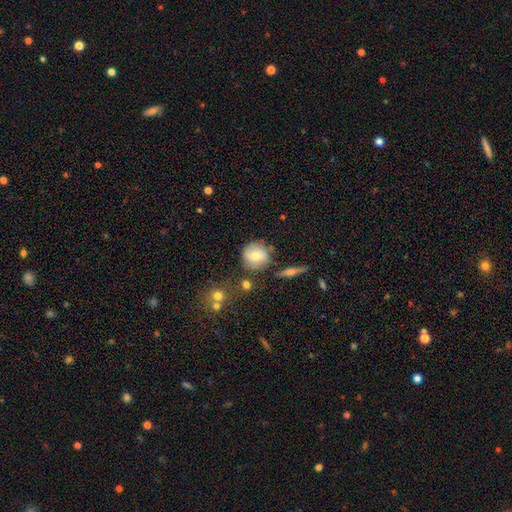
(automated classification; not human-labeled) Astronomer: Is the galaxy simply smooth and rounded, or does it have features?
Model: smooth — 62%.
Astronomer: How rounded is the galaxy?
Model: round — 88%.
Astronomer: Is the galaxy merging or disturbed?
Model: none — 72%.